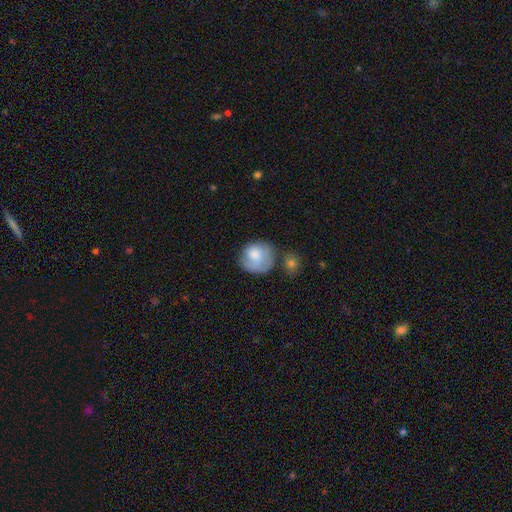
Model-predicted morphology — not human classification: A smooth galaxy with no disk features (69%) that is round (78%). Merging: none (48%).